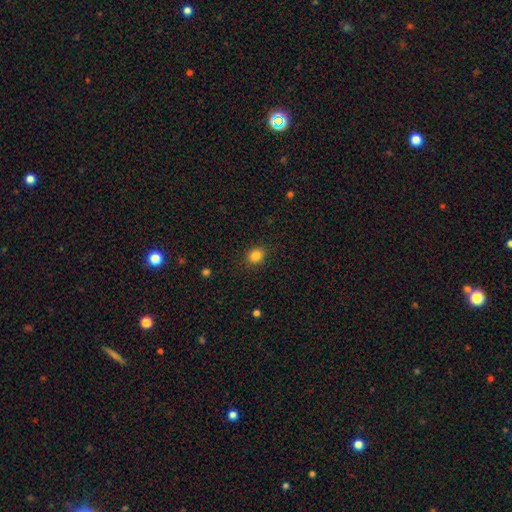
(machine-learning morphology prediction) Smooth or featured? smooth (85%)
How rounded? round (55%)
Merging? none (88%)